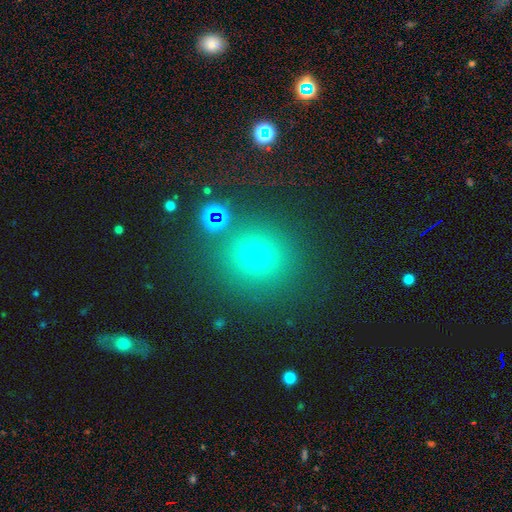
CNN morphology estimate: smooth 65%, star or artifact 26%, featured or disk 9%. Down the decision tree: how rounded — round (93%); merging — none (85%).